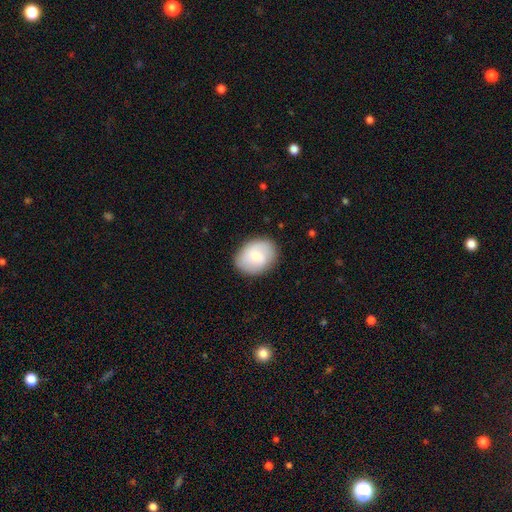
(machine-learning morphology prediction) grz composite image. It shows a smooth galaxy with no disk features (66%) that is in between round and cigar-shaped (59%). Merging: none (82%).